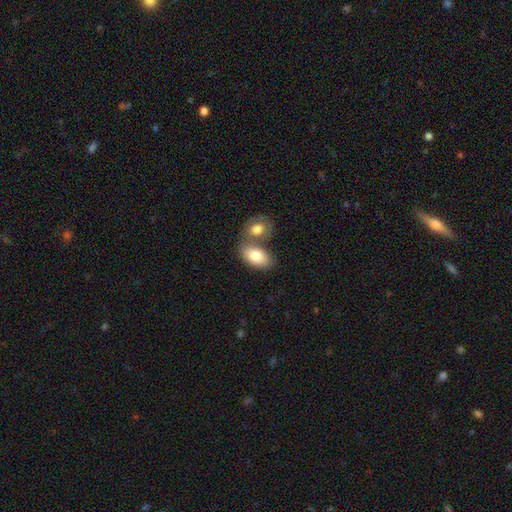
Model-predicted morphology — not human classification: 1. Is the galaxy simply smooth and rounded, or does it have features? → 80% smooth, 14% featured or disk, 6% star or artifact.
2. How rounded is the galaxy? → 92% in between, 6% round, 2% cigar-shaped.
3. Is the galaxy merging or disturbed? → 50% merger, 37% none, 10% minor disturbance, 3% major disturbance.